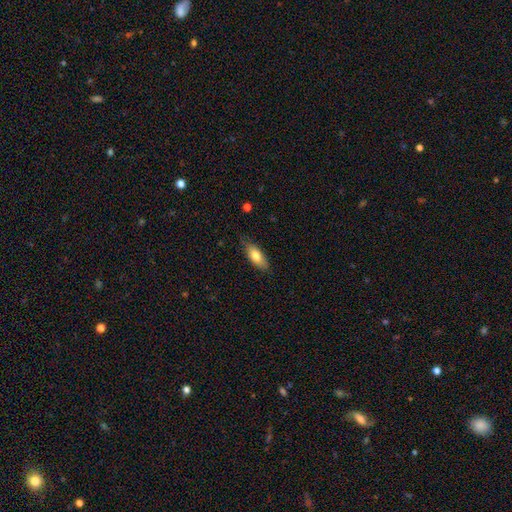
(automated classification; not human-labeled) Q: Smooth or featured?
A: smooth (74%); runner-up: featured or disk (20%)
Q: How rounded?
A: in between (76%); runner-up: cigar-shaped (21%)
Q: Merging?
A: none (75%); runner-up: minor disturbance (20%)